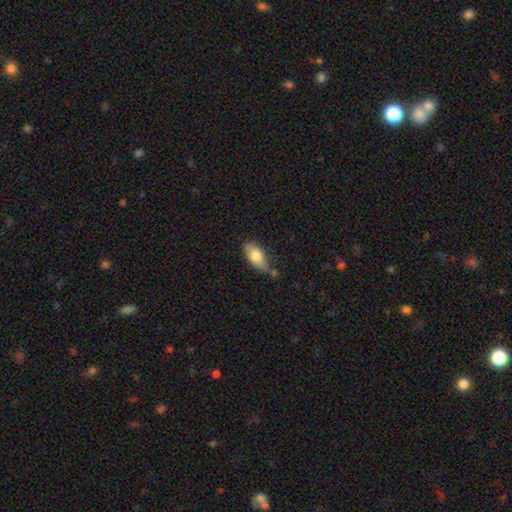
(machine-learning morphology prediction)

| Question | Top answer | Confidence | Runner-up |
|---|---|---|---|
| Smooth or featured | smooth | 74% | featured or disk (20%) |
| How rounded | in between | 87% | cigar-shaped (9%) |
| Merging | none | 54% | minor disturbance (29%) |